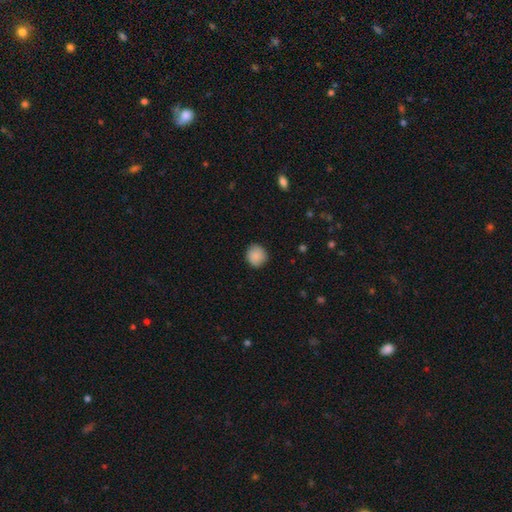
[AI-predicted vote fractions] smooth-or-featured: smooth: 89% | star or artifact: 8% | featured or disk: 4%
  how-rounded: round: 89% | in between: 10% | cigar-shaped: 1%
  merging: none: 87% | minor disturbance: 10% | major disturbance: 2% | merger: 1%